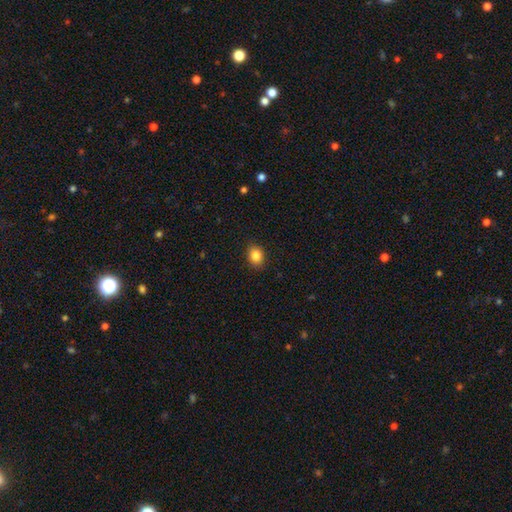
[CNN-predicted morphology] Smooth or featured: smooth — 85% (star or artifact — 9%)
How rounded: in between — 59% (round — 40%)
Merging: none — 88% (minor disturbance — 9%)